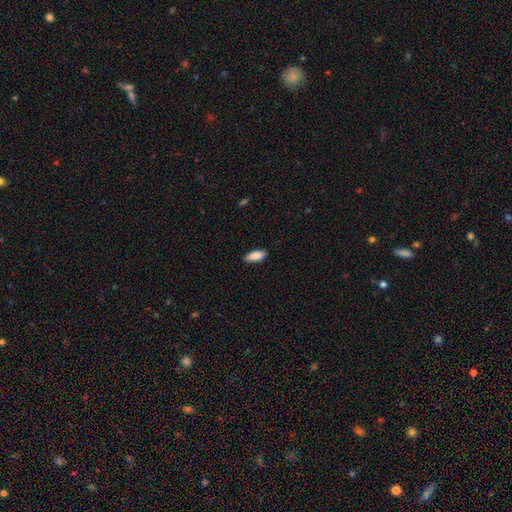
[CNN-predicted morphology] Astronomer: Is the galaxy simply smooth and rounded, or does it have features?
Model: smooth — 87%.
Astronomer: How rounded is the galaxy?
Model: in between — 79%.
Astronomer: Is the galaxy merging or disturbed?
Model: none — 85%.